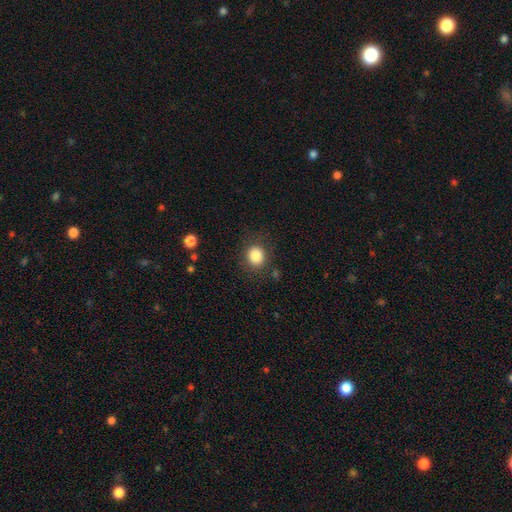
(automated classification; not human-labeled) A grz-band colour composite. It shows a smooth galaxy with no disk features (84%) that is round (80%). Merging: none (85%).